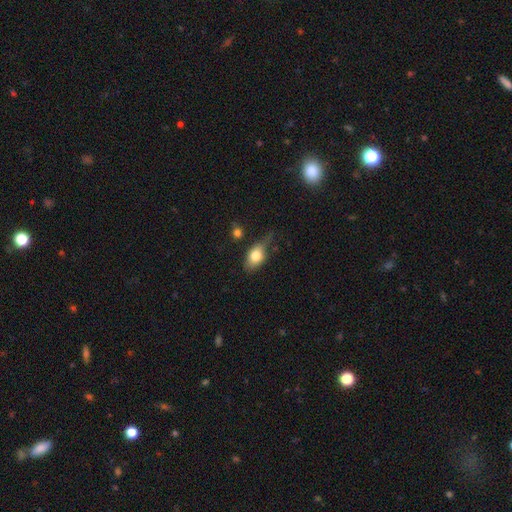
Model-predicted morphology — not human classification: Smooth or featured? smooth (73%)
How rounded? in between (81%)
Merging? none (48%)